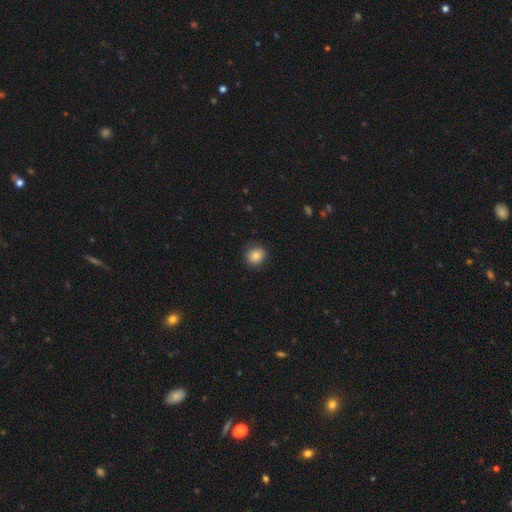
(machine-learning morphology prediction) smooth_or_featured: smooth (p=0.82) [alt: star or artifact p=0.10]
how_rounded: round (p=0.75) [alt: in between p=0.25]
merging: none (p=0.85) [alt: minor disturbance p=0.11]